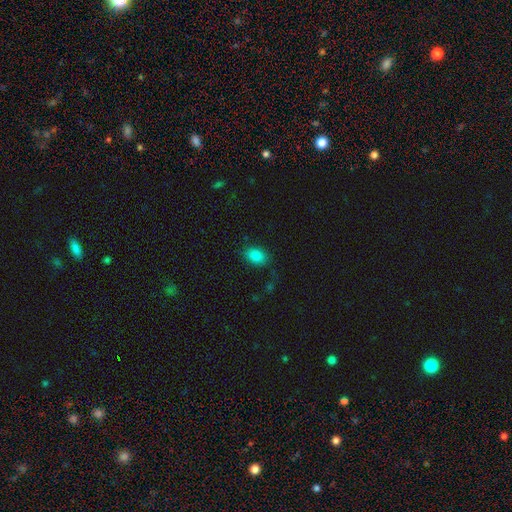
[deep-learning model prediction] Smooth or featured?
  - smooth: 86% *
  - star or artifact: 10%
  - featured or disk: 5%
How rounded?
  - in between: 83% *
  - round: 16%
  - cigar-shaped: 1%
Merging?
  - none: 81% *
  - minor disturbance: 13%
  - major disturbance: 4%
  - merger: 2%